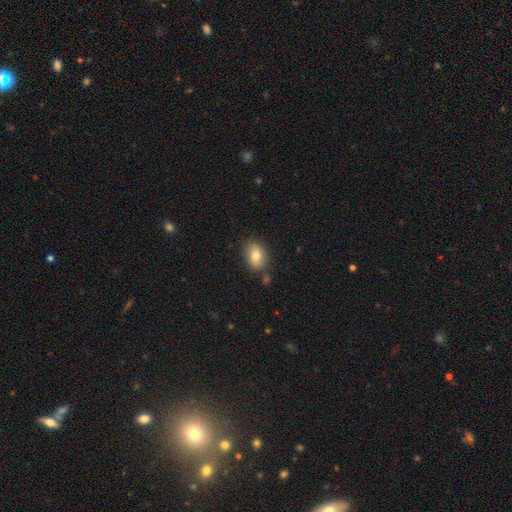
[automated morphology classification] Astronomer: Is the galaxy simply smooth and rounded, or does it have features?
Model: smooth — 79%.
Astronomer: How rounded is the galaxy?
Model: in between — 82%.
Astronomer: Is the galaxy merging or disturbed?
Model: none — 80%.